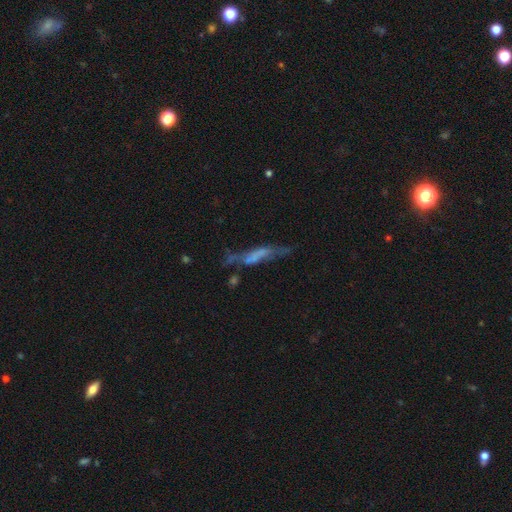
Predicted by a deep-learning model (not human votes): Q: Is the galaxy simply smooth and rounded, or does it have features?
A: featured or disk — 51%.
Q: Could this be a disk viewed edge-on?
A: no — 55%.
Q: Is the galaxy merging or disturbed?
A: none — 37%.